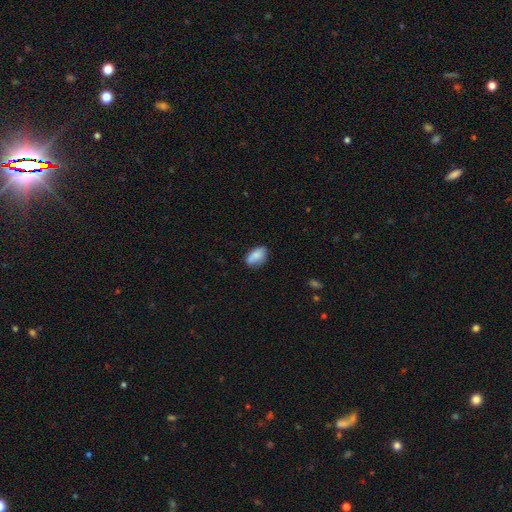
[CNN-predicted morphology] A smooth galaxy with no disk features (81%) that is in between round and cigar-shaped (89%).

Vote fractions:
- Smooth or featured? smooth: 81% / featured or disk: 12% / star or artifact: 7%
- How rounded? in between: 89% / round: 8% / cigar-shaped: 3%
- Merging? none: 68% / minor disturbance: 24% / major disturbance: 4% / merger: 4%